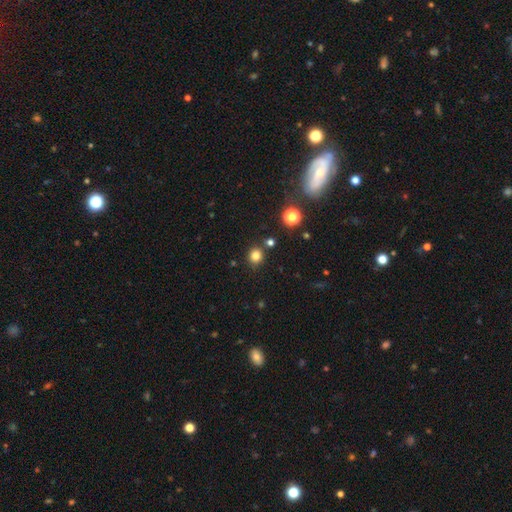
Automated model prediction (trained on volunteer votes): Smooth or featured?
  - smooth: 81% *
  - star or artifact: 14%
  - featured or disk: 5%
How rounded?
  - round: 87% *
  - in between: 13%
  - cigar-shaped: 1%
Merging?
  - none: 85% *
  - minor disturbance: 8%
  - merger: 5%
  - major disturbance: 2%